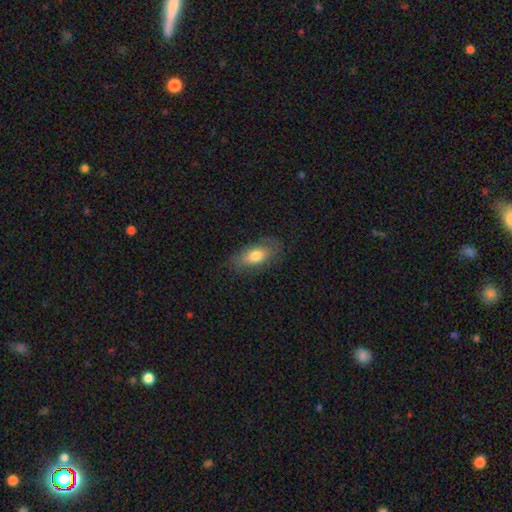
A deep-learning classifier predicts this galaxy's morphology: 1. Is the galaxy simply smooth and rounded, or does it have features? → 72% smooth, 20% featured or disk, 7% star or artifact.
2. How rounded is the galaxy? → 85% in between, 9% cigar-shaped, 6% round.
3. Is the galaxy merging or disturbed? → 77% none, 17% minor disturbance, 5% major disturbance, 1% merger.